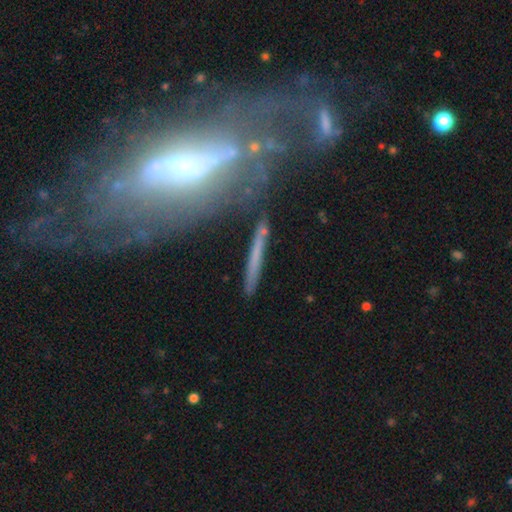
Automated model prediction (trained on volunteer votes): Smooth or featured? Predicted: featured or disk (p=0.47). Merging? Predicted: none (p=0.75).